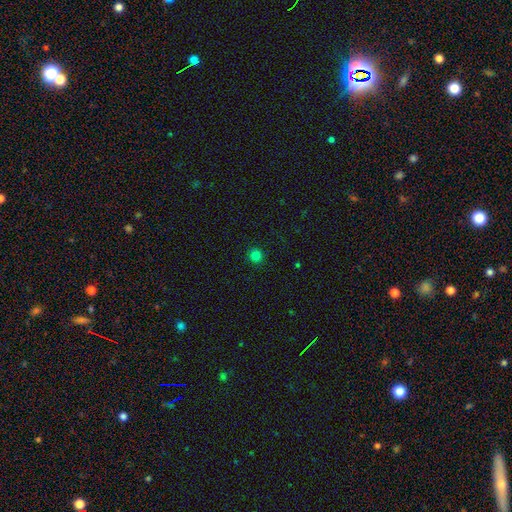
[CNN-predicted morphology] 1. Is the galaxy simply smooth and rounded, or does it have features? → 81% smooth, 15% star or artifact, 4% featured or disk.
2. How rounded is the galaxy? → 95% round, 4% in between, 1% cigar-shaped.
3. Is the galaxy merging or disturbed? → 93% none, 5% minor disturbance, 2% major disturbance, 1% merger.